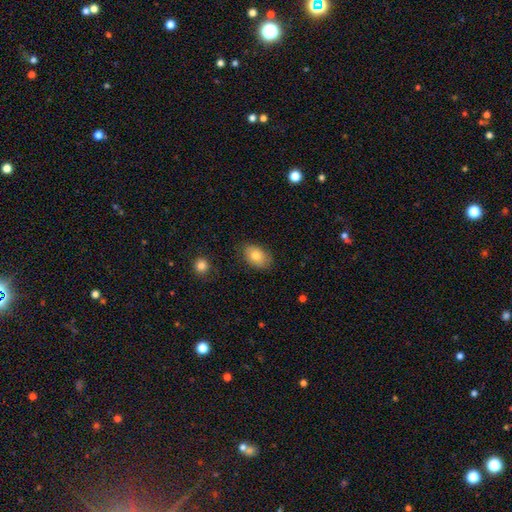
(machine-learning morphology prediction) smooth_or_featured: smooth (p=0.77) [alt: featured or disk p=0.15]
how_rounded: in between (p=0.86) [alt: round p=0.13]
merging: none (p=0.79) [alt: minor disturbance p=0.16]